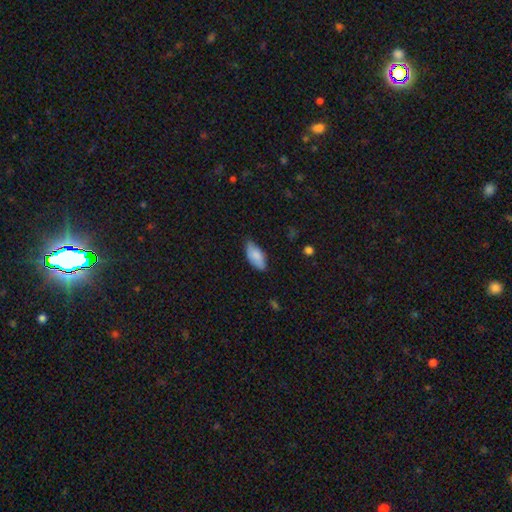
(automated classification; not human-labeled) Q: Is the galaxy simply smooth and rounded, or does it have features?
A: smooth — 82%.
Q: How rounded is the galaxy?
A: in between — 90%.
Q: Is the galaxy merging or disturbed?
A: none — 63%.